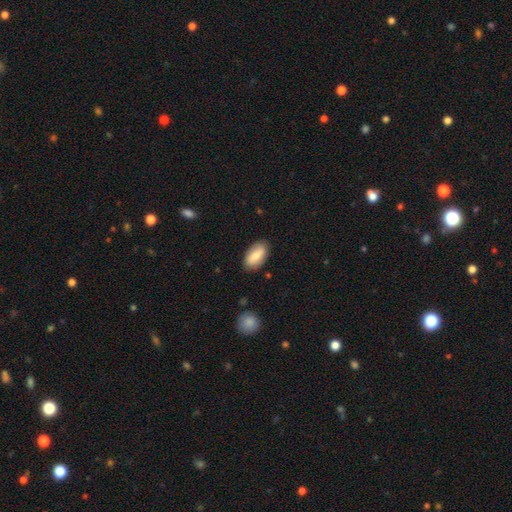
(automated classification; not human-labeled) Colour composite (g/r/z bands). It shows a smooth galaxy with no disk features (77%) that is in between round and cigar-shaped (92%). Merging: none (84%).